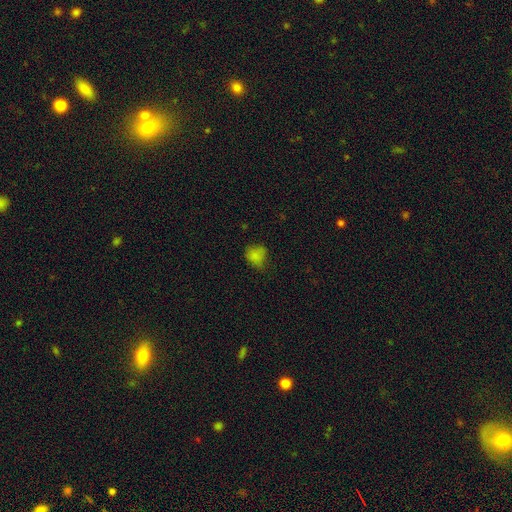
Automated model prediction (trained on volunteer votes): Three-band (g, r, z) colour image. It shows a smooth galaxy with no disk features (77%) that is round (64%). Merging: none (53%).